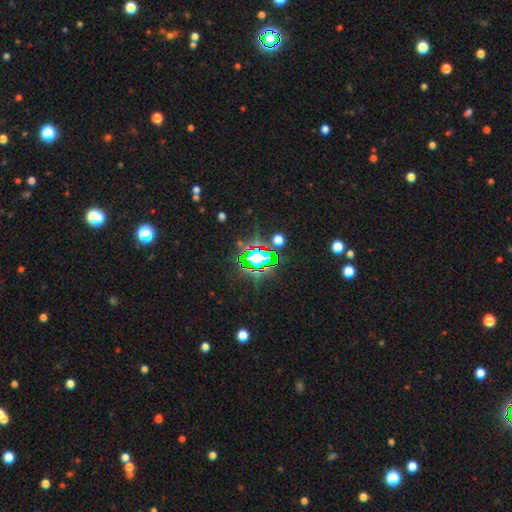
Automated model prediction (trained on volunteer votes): Smooth or featured? star or artifact (71%)